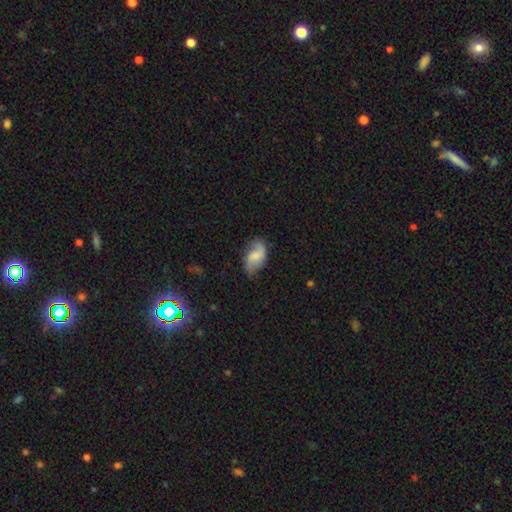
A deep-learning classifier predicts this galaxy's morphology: featured or disk 48%, smooth 45%, star or artifact 7%. Down the decision tree: merging — none (64%).